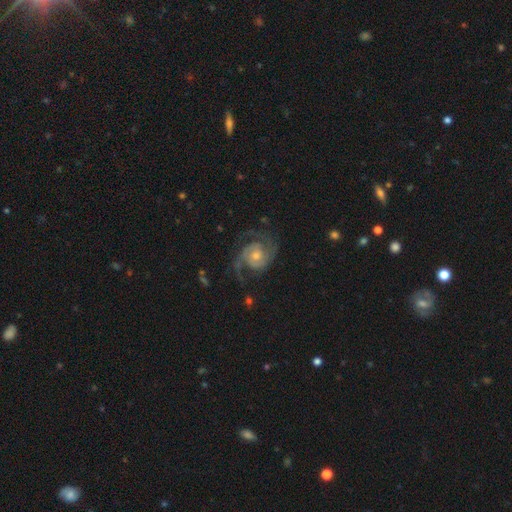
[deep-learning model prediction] The model was most divided on "bulge size": moderate: 52%, small: 39%, large: 6%, none: 3%, dominant: 1%. More confident: edge-on disk — no (98%); spiral arms — yes (98%); smooth or featured — featured or disk (90%); spiral arm count — 2 (80%); merging — none (71%); bar — no (69%); spiral winding — medium (53%).